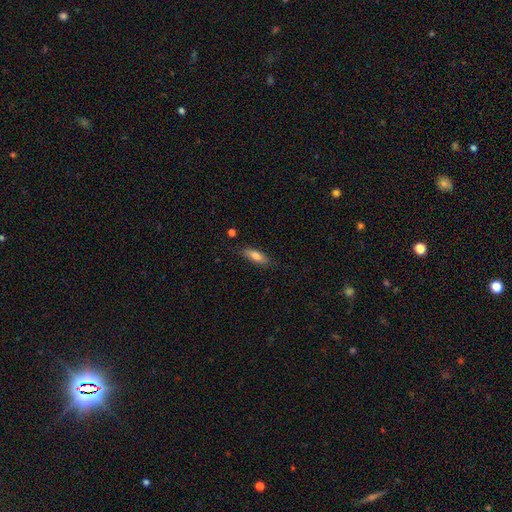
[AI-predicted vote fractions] smooth_or_featured: smooth (p=0.77) [alt: featured or disk p=0.16]
how_rounded: in between (p=0.56) [alt: cigar-shaped p=0.42]
merging: none (p=0.81) [alt: minor disturbance p=0.14]